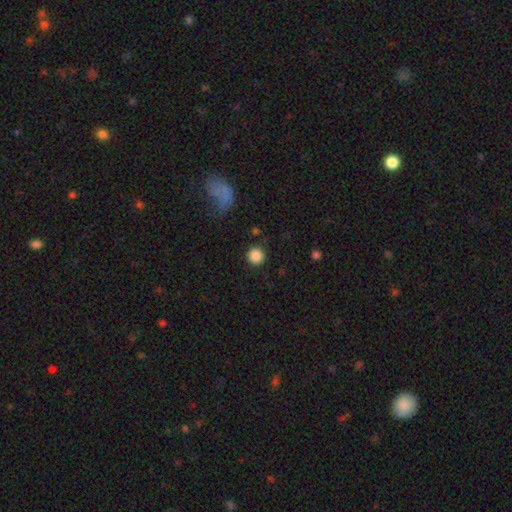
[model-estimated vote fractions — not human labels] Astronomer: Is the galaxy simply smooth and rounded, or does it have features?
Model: smooth — 87%.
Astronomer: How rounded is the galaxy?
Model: round — 95%.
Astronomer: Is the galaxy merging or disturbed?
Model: none — 89%.